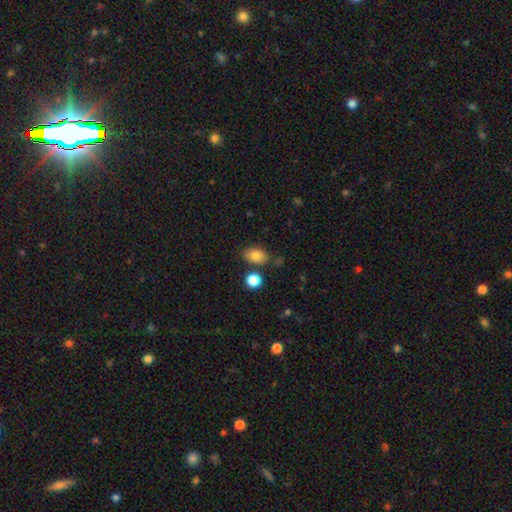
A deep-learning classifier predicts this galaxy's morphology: A smooth galaxy with no disk features (82%) that is in between round and cigar-shaped (83%).

Vote fractions:
- Smooth or featured? smooth: 82% / star or artifact: 9% / featured or disk: 9%
- How rounded? in between: 83% / round: 15% / cigar-shaped: 1%
- Merging? none: 76% / minor disturbance: 13% / merger: 7% / major disturbance: 3%